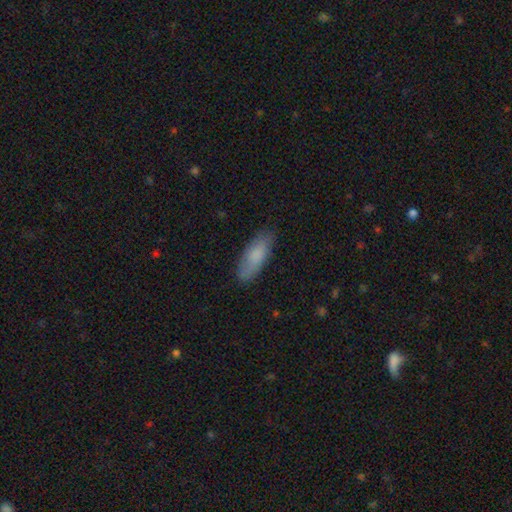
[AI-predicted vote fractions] This is clearly a smooth galaxy (81%). How rounded: likely in between (67%). Merging: clearly none (81%).